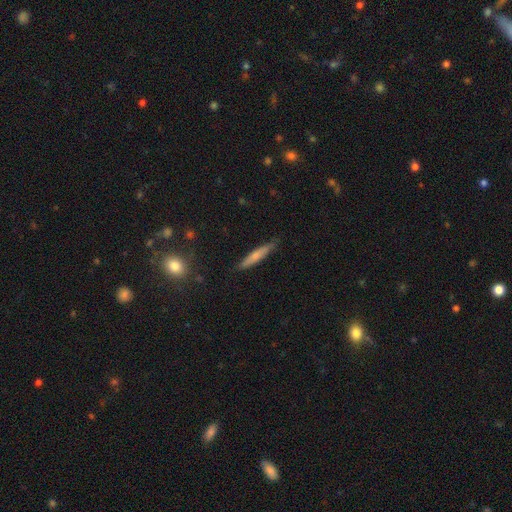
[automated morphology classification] smooth-or-featured: smooth: 64% | featured or disk: 30% | star or artifact: 6%
  how-rounded: cigar-shaped: 92% | in between: 6% | round: 2%
  merging: none: 84% | minor disturbance: 12% | major disturbance: 2% | merger: 1%